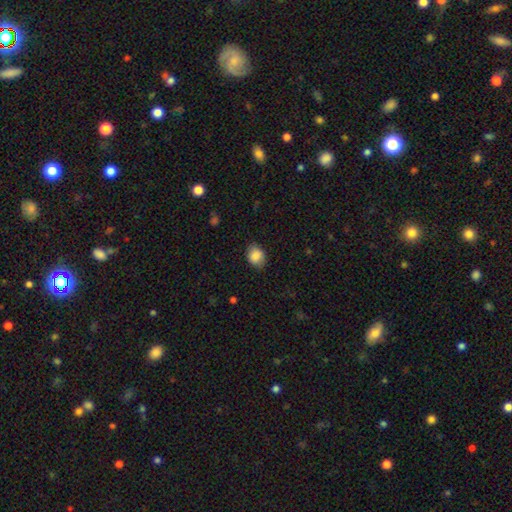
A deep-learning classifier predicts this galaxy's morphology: Overall: smooth (87%). How rounded: in between (51%; round 48%). Merging: none (81%).